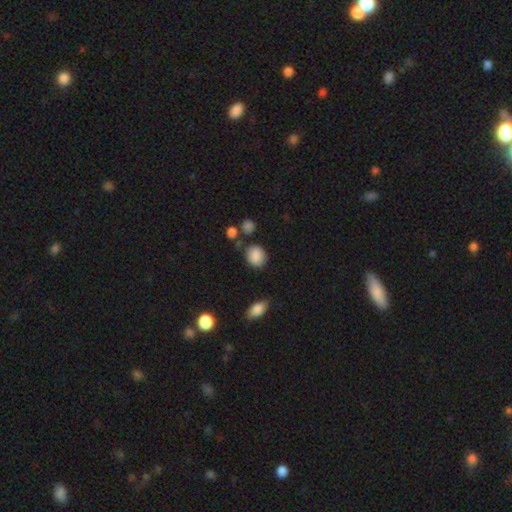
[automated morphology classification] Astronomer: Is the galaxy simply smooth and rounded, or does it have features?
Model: smooth — 88%.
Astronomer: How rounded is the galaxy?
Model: round — 56% (runner-up: in between, 42%).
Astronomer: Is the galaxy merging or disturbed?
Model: none — 74%.